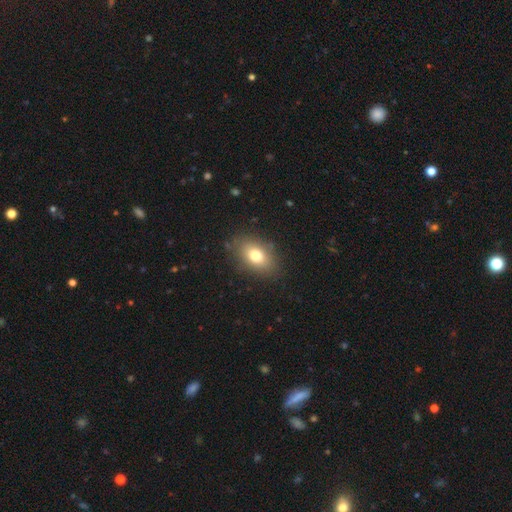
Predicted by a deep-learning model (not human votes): Smooth or featured? smooth (77%)
How rounded? in between (83%)
Merging? none (84%)